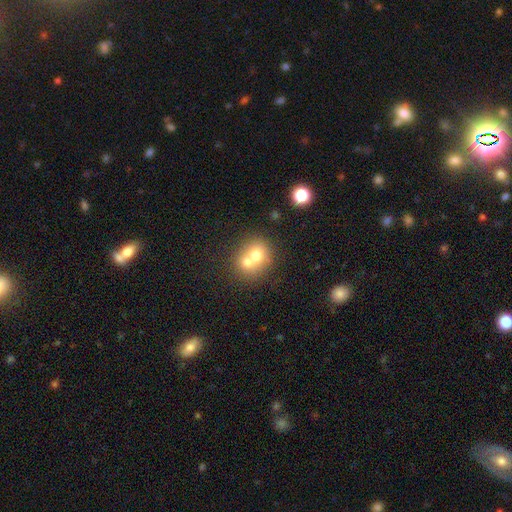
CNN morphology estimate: A smooth galaxy with no disk features (67%) that is round (73%). Merging: merger (63%).